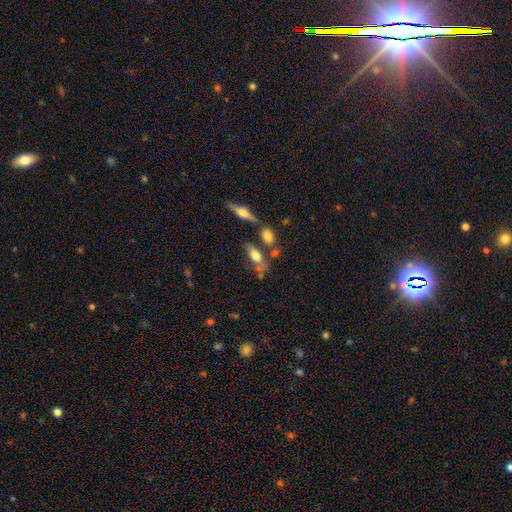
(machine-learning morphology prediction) Smooth or featured? Predicted: smooth (p=0.62). How rounded? Predicted: in between (p=0.73). Merging? Predicted: none (p=0.54).